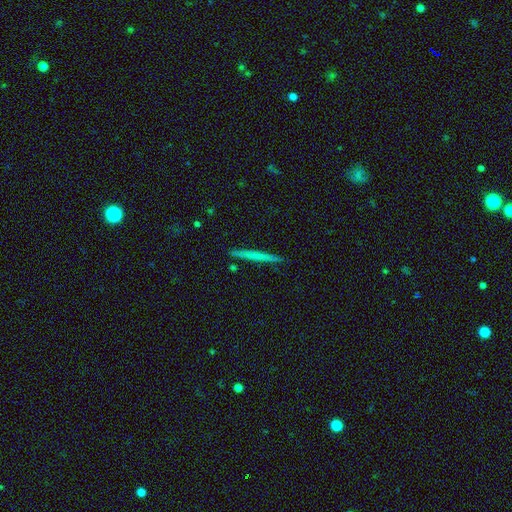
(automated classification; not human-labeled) Smooth or featured?
  - smooth: 55% *
  - featured or disk: 39%
  - star or artifact: 6%
How rounded?
  - cigar-shaped: 97% *
  - in between: 2%
  - round: 2%
Merging?
  - none: 92% *
  - minor disturbance: 5%
  - merger: 1%
  - major disturbance: 1%